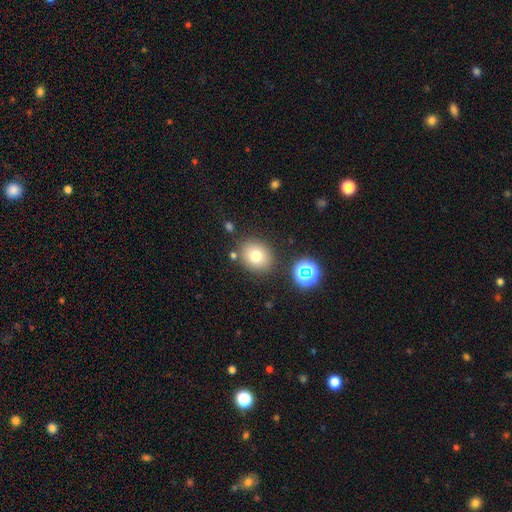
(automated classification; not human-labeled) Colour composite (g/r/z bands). It shows a smooth galaxy with no disk features (74%) that is round (68%). Merging: none (81%).